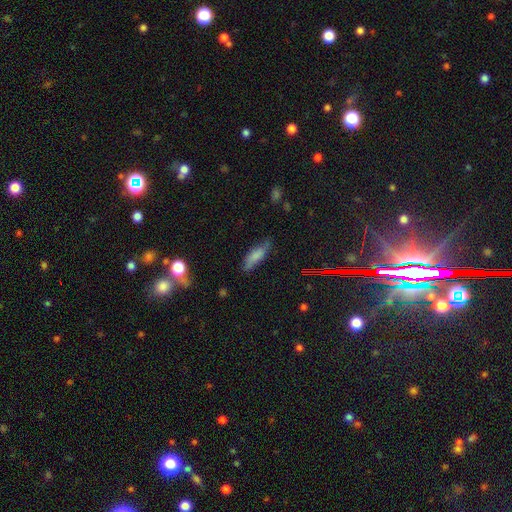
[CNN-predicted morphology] The model was most divided on "how rounded": in between: 54%, cigar-shaped: 44%, round: 2%. More confident: smooth or featured — smooth (73%); merging — none (64%).